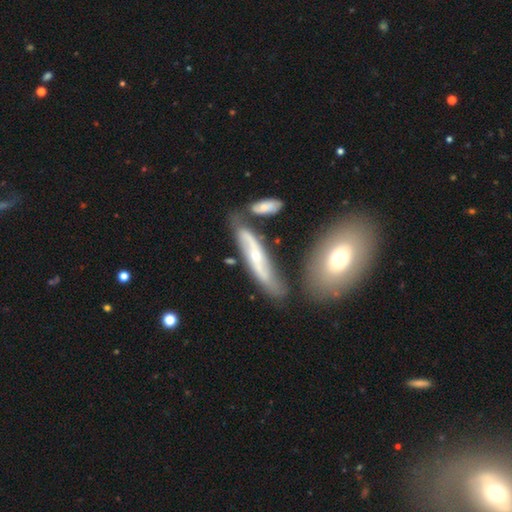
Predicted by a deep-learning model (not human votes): This is likely a featured or disk galaxy (74%). It is likely not viewed edge-on (69%). Bar: possibly no (51%). Spiral arm pattern: clearly yes (82%). Central bulge: likely small (65%). Merging: likely none (62%).